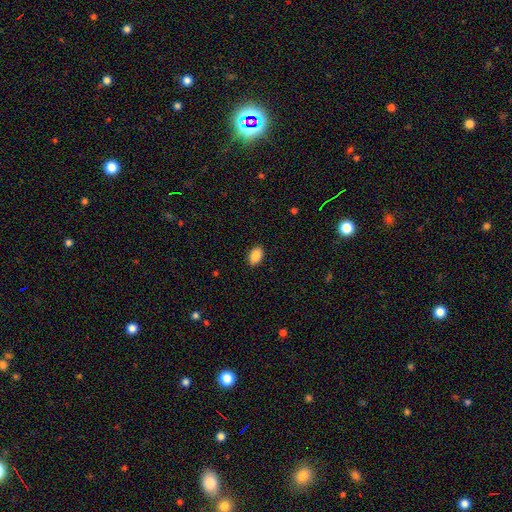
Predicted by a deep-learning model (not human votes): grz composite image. It shows a smooth galaxy with no disk features (89%) that is in between round and cigar-shaped (91%). Merging: none (89%).